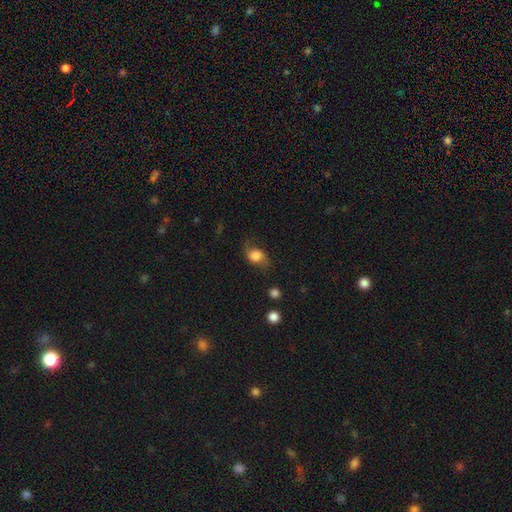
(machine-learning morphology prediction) A smooth galaxy with no disk features (65%) that is in between round and cigar-shaped (58%).

Vote fractions:
- Smooth or featured? smooth: 65% / featured or disk: 25% / star or artifact: 10%
- How rounded? in between: 58% / round: 40% / cigar-shaped: 2%
- Merging? none: 62% / minor disturbance: 25% / major disturbance: 12% / merger: 2%